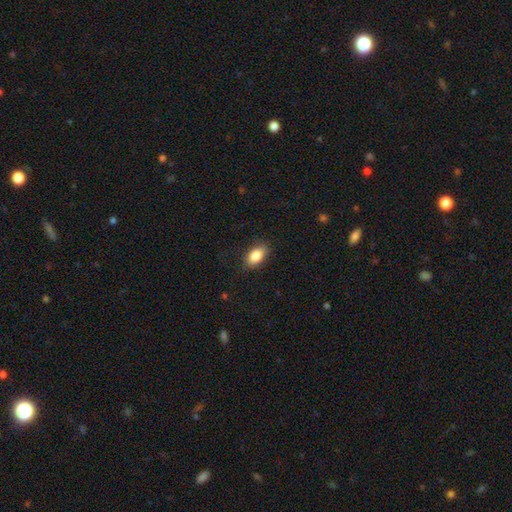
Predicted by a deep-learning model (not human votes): Smooth or featured?
  - smooth: 85% *
  - featured or disk: 8%
  - star or artifact: 7%
How rounded?
  - in between: 89% *
  - round: 7%
  - cigar-shaped: 4%
Merging?
  - none: 85% *
  - minor disturbance: 11%
  - major disturbance: 3%
  - merger: 1%